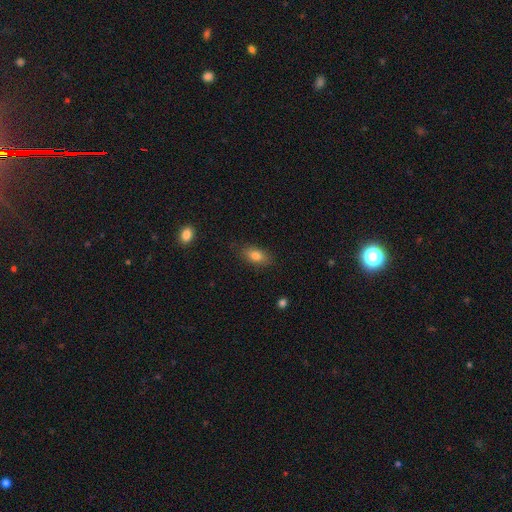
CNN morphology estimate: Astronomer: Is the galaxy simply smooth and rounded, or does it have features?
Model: smooth — 82%.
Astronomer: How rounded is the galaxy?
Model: in between — 86%.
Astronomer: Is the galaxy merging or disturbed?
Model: none — 82%.